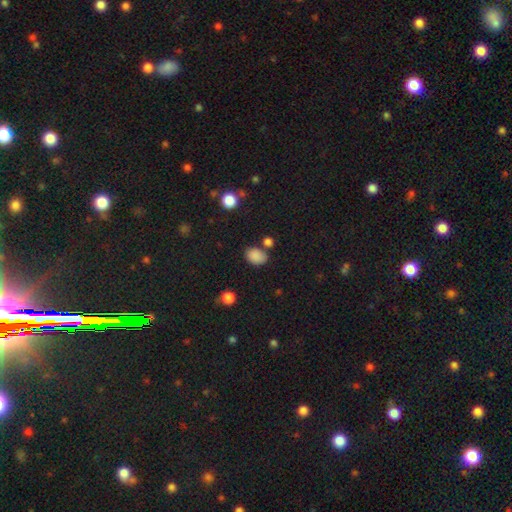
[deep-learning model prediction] Morphology: type=smooth (85%); roundness=in between (76%); merging=none (71%).